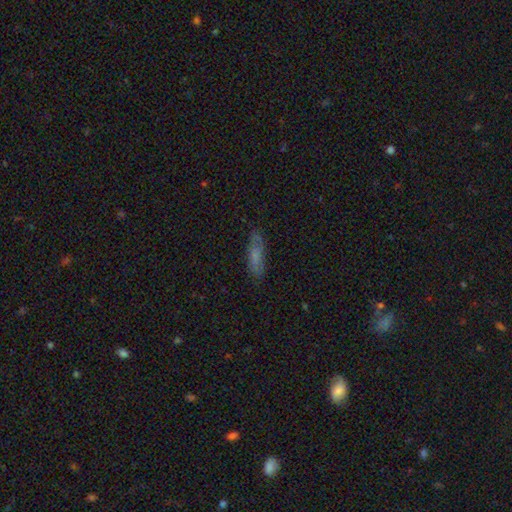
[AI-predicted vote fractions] Smooth or featured? smooth (66%)
How rounded? cigar-shaped (58%)
Merging? none (73%)